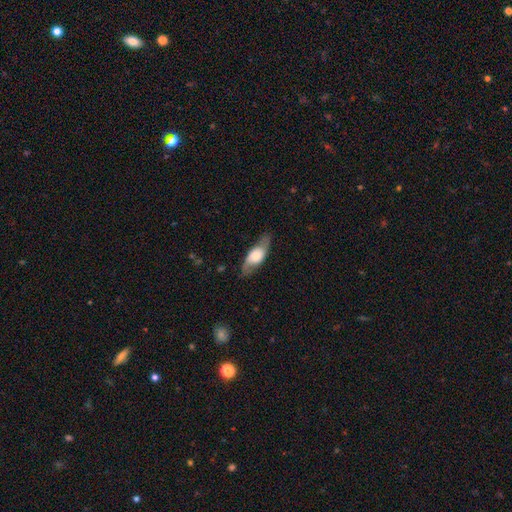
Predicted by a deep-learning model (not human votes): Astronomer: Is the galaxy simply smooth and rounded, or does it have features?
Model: smooth — 47% (runner-up: featured or disk, 46%).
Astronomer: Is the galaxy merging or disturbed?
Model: none — 75%.